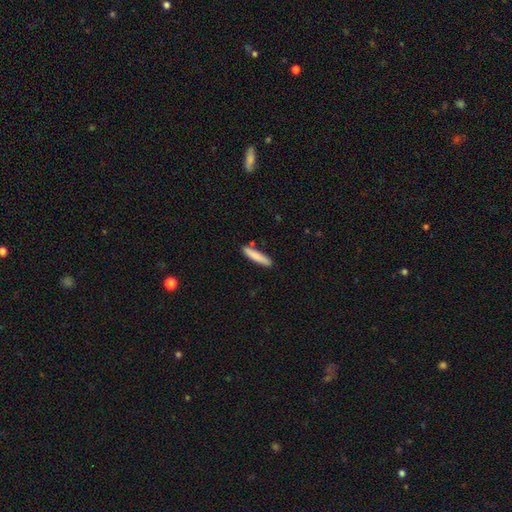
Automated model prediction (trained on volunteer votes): This appears to be a smooth galaxy with no disk features (82%) that is cigar-shaped (87%). Merging: none (84%).